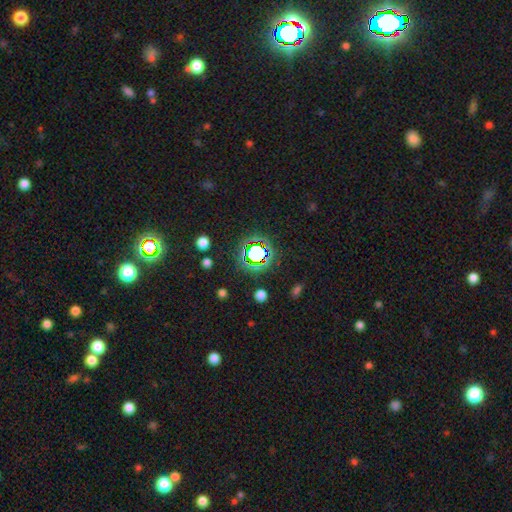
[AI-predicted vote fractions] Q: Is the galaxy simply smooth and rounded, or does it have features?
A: star or artifact — 62%.